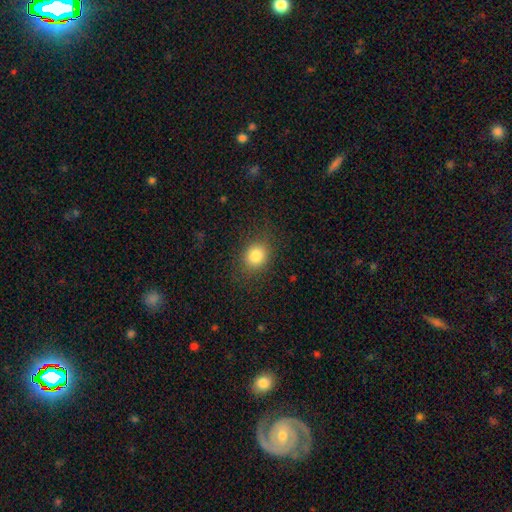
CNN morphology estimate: The model was most divided on "how rounded": round: 61%, in between: 38%, cigar-shaped: 1%. More confident: merging — none (84%); smooth or featured — smooth (83%).